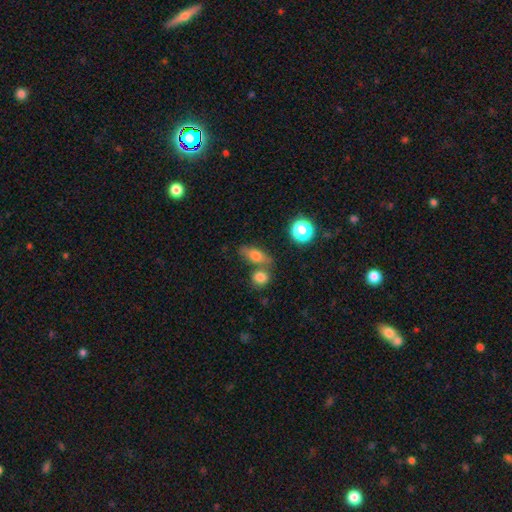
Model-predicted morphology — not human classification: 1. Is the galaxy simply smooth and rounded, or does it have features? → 62% smooth, 26% featured or disk, 11% star or artifact.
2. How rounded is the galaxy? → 59% in between, 24% cigar-shaped, 17% round.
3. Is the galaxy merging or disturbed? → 61% none, 20% merger, 14% minor disturbance, 5% major disturbance.